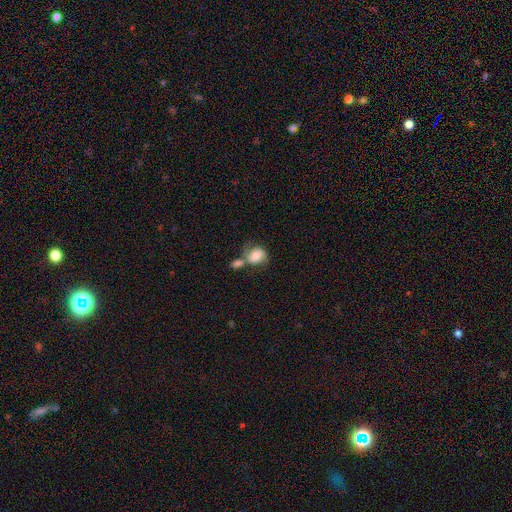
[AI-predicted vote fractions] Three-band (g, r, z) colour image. It shows a smooth galaxy with no disk features (59%) that is round (53%). Merging: merger (43%).